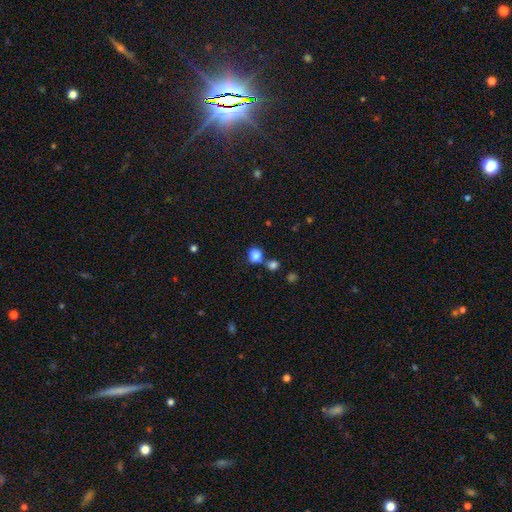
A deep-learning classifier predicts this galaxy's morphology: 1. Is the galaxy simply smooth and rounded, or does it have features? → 84% smooth, 11% star or artifact, 5% featured or disk.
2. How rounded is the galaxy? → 73% round, 26% in between, 1% cigar-shaped.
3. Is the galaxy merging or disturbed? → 57% none, 27% merger, 12% minor disturbance, 5% major disturbance.